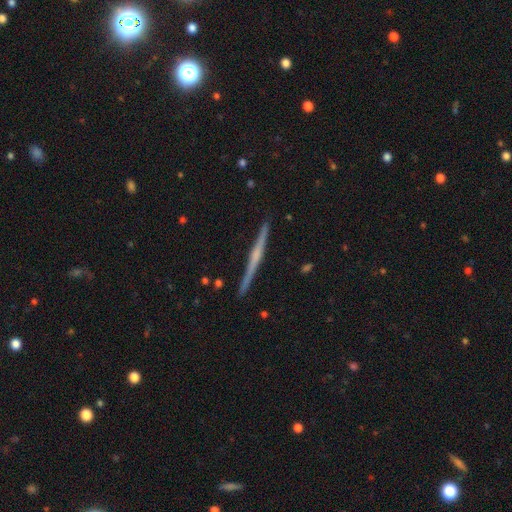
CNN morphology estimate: Q: Smooth or featured?
A: featured or disk (77%); runner-up: smooth (17%)
Q: Edge-on disk?
A: yes (99%); runner-up: no (1%)
Q: Edge-on bulge?
A: rounded (54%); runner-up: none (33%)
Q: Merging?
A: none (92%); runner-up: minor disturbance (6%)